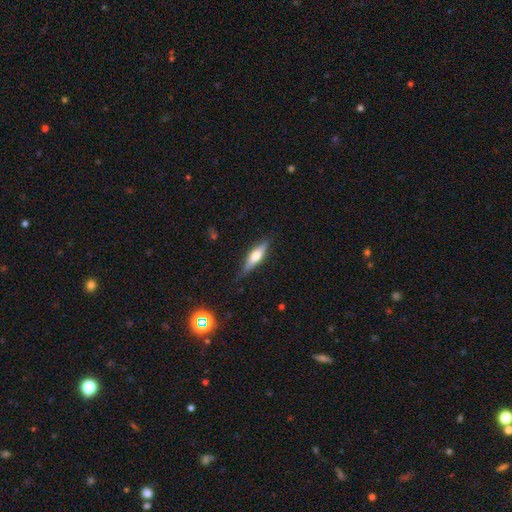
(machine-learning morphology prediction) smooth_or_featured: featured or disk (p=0.51) [alt: smooth p=0.43]
disk_edge_on: yes (p=0.93) [alt: no p=0.07]
merging: none (p=0.80) [alt: minor disturbance p=0.15]